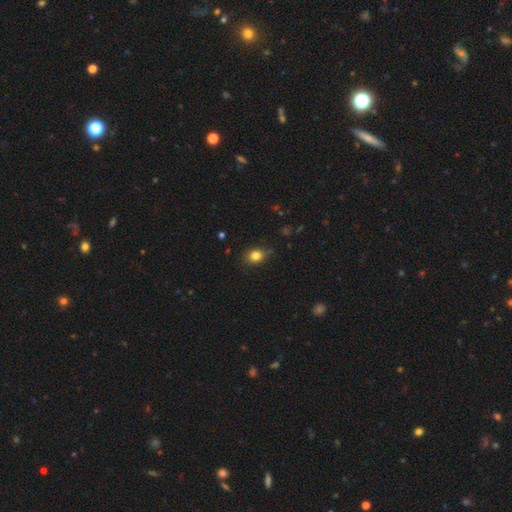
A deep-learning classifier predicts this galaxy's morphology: Smooth or featured: smooth — 83% (star or artifact — 11%)
How rounded: in between — 52% (round — 47%)
Merging: none — 82% (minor disturbance — 14%)